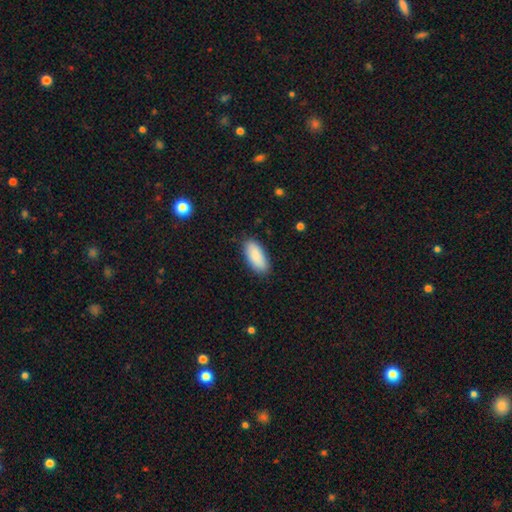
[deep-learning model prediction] This appears to be a smooth galaxy with no disk features (90%) that is in between round and cigar-shaped (88%). Merging: none (86%).